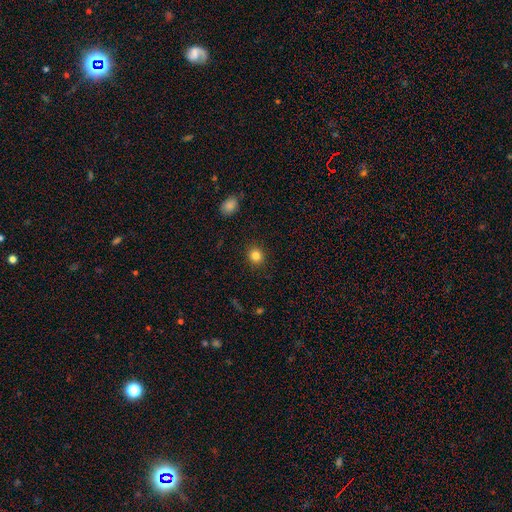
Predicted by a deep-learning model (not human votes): A smooth galaxy with no disk features (83%) that is round (83%). Merging: none (91%).